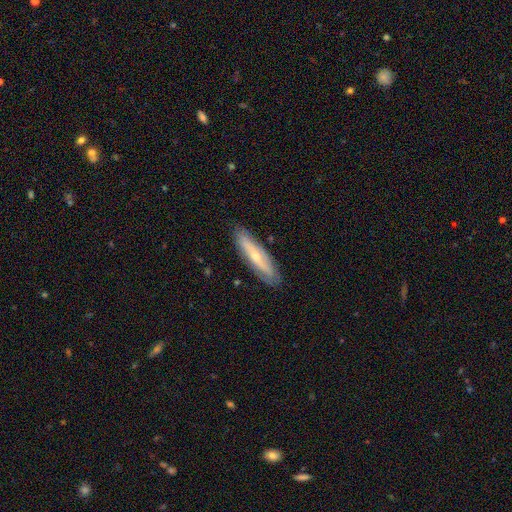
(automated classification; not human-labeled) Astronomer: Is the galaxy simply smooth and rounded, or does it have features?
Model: featured or disk — 54% (runner-up: smooth, 39%).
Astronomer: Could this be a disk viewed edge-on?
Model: yes — 58% (runner-up: no, 42%).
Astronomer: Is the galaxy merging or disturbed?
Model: none — 84%.